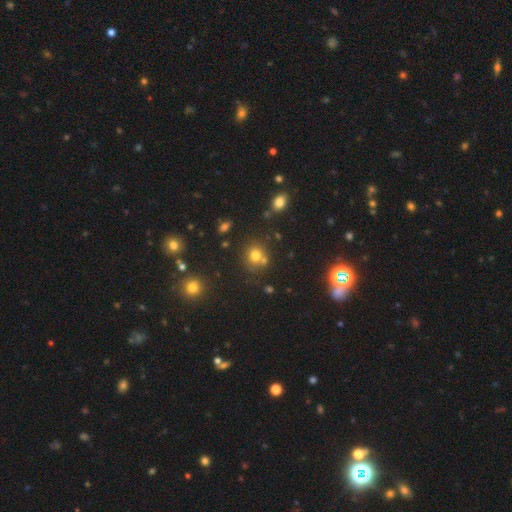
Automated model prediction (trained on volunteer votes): Smooth or featured? Predicted: smooth (p=0.72). How rounded? Predicted: round (p=0.81). Merging? Predicted: none (p=0.61).